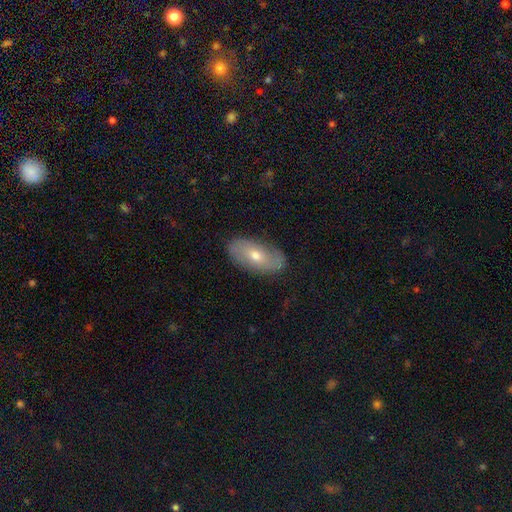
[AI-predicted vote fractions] Smooth or featured? smooth (51%)
How rounded? in between (90%)
Merging? none (83%)